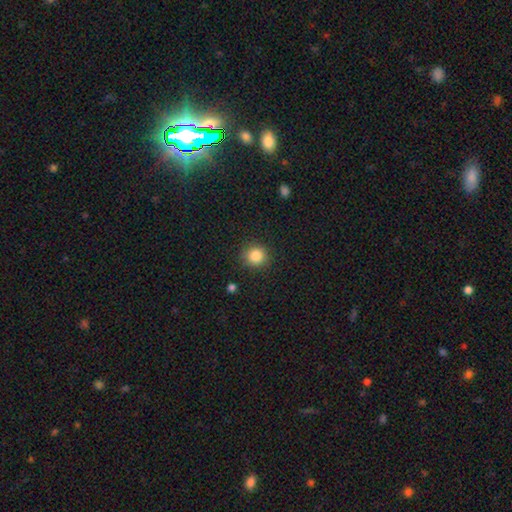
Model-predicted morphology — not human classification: Smooth or featured?
  - smooth: 85% *
  - star or artifact: 11%
  - featured or disk: 5%
How rounded?
  - round: 91% *
  - in between: 8%
  - cigar-shaped: 1%
Merging?
  - none: 89% *
  - minor disturbance: 7%
  - major disturbance: 2%
  - merger: 1%